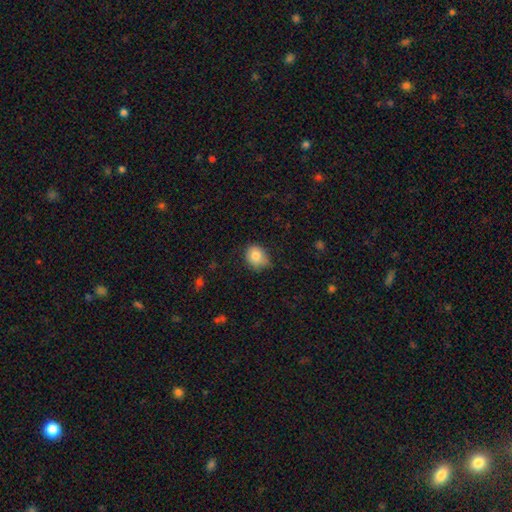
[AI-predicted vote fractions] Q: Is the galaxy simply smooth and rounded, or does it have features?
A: smooth — 81%.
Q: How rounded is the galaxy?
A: round — 62%.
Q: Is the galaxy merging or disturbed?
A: none — 61%.